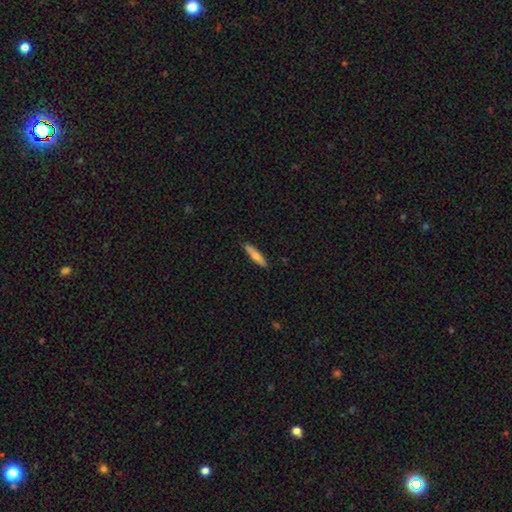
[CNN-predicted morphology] Smooth or featured: smooth — 63% (featured or disk — 31%)
How rounded: cigar-shaped — 83% (in between — 15%)
Merging: none — 87% (minor disturbance — 10%)